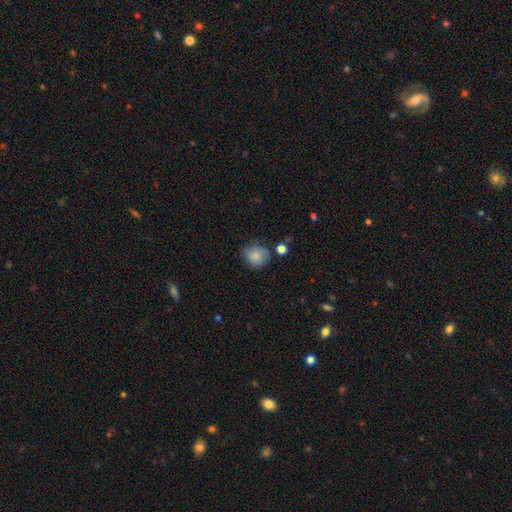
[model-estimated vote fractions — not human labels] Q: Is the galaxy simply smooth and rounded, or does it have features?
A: smooth — 82%.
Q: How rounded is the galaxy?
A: round — 83%.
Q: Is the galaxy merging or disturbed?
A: none — 67%.